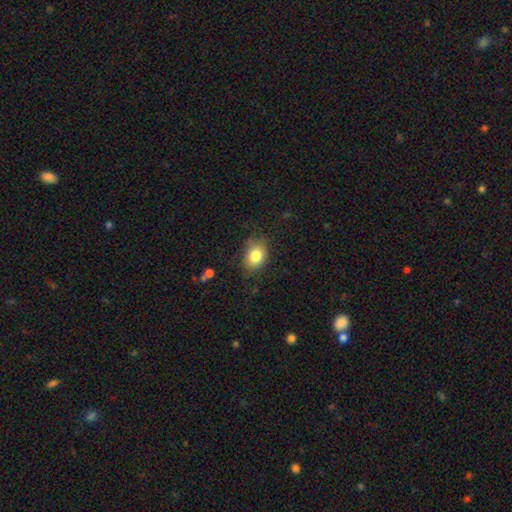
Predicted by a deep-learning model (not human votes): Smooth or featured? Predicted: smooth (p=0.82). How rounded? Predicted: in between (p=0.69). Merging? Predicted: none (p=0.75).